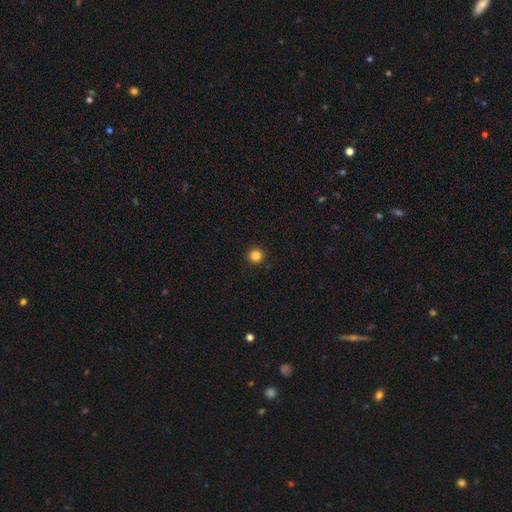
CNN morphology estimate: Smooth or featured? Predicted: smooth (p=0.85). How rounded? Predicted: round (p=0.95). Merging? Predicted: none (p=0.93).